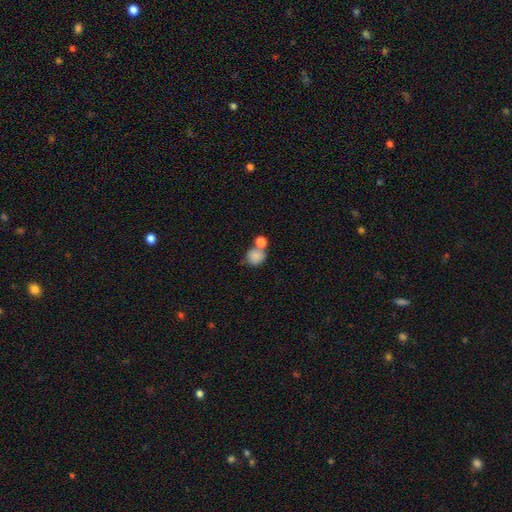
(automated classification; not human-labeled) A smooth galaxy with no disk features (83%) that is round (76%). Merging: none (41%).